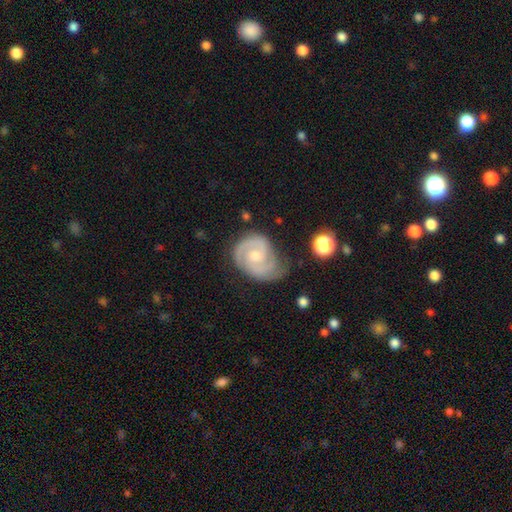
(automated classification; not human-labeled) This is clearly a featured or disk galaxy (86%). It is clearly not viewed edge-on (98%). Bar: likely no (64%). Spiral arm pattern: clearly yes (97%). Spiral arm count: likely 2 (71%). Spiral winding: possibly tight (55%). Central bulge: possibly moderate (50%). Merging: possibly none (55%).